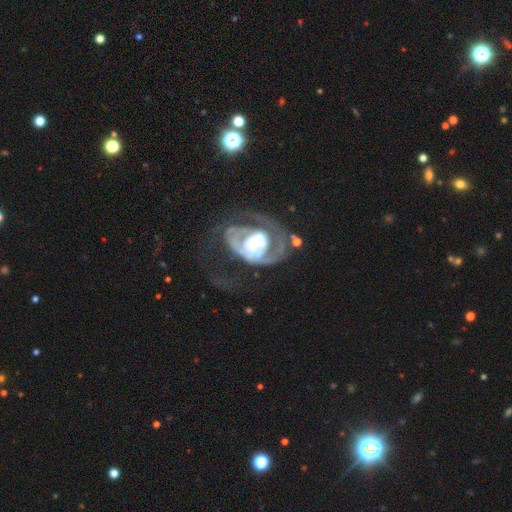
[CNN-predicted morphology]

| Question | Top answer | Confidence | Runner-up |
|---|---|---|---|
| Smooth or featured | featured or disk | 80% | smooth (13%) |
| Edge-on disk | no | 97% | yes (3%) |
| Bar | no | 73% | weak (21%) |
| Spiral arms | yes | 72% | no (28%) |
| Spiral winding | tight | 48% | medium (33%) |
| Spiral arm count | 2 | 30% | tied: can't tell (30%) |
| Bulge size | moderate | 45% | small (40%) |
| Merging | major disturbance | 51% | none (25%) |